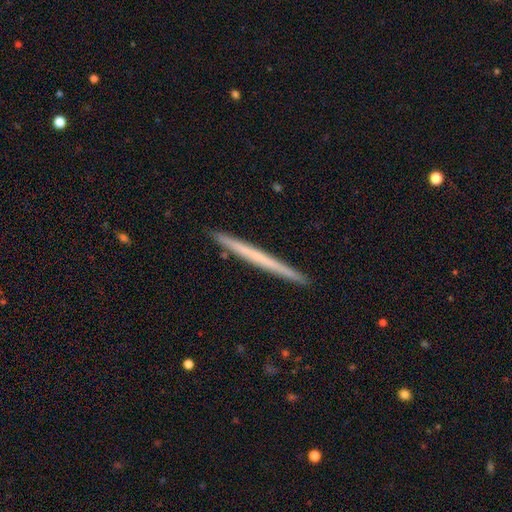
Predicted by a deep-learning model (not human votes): smooth-or-featured: featured or disk: 48% | smooth: 46% | star or artifact: 5%
  merging: none: 93% | minor disturbance: 5% | major disturbance: 1% | merger: 1%